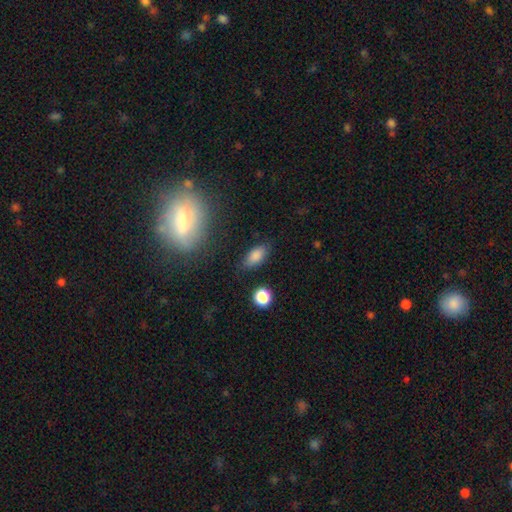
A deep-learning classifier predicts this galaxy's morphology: This appears to be a smooth galaxy with no disk features (83%) that is in between round and cigar-shaped (88%). Merging: none (81%).